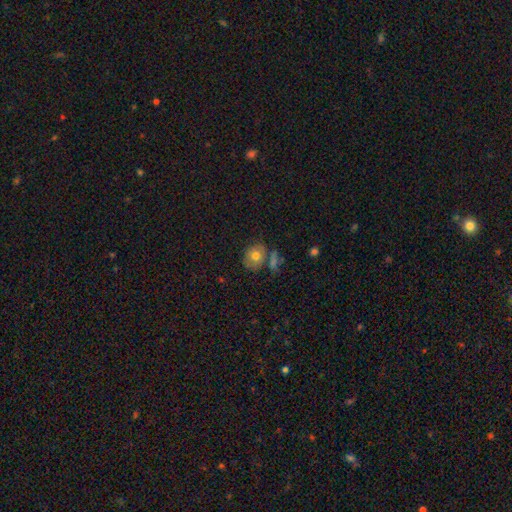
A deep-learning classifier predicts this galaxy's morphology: Smooth or featured?
  - smooth: 71% *
  - featured or disk: 20%
  - star or artifact: 9%
How rounded?
  - round: 63% *
  - in between: 36%
  - cigar-shaped: 1%
Merging?
  - none: 58% *
  - minor disturbance: 19%
  - merger: 16%
  - major disturbance: 7%